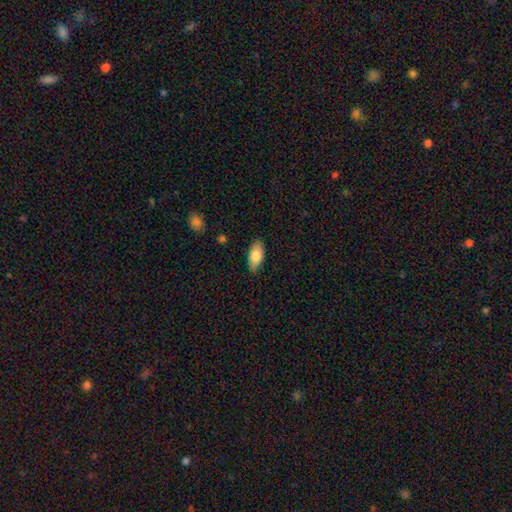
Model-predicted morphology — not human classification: Smooth or featured?
  - smooth: 81% *
  - featured or disk: 12%
  - star or artifact: 7%
How rounded?
  - in between: 92% *
  - cigar-shaped: 5%
  - round: 3%
Merging?
  - none: 81% *
  - minor disturbance: 16%
  - major disturbance: 2%
  - merger: 1%